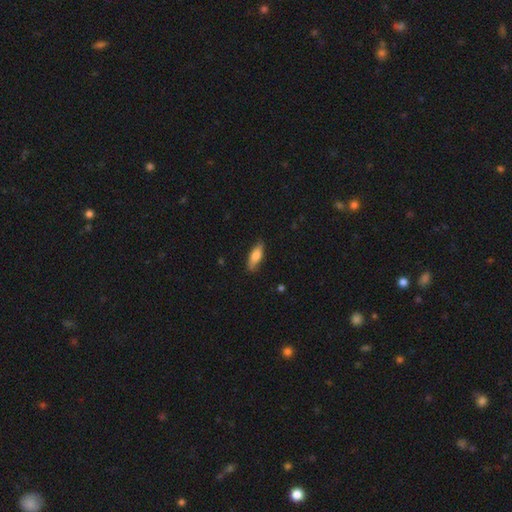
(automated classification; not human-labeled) A smooth galaxy with no disk features (73%) that is in between round and cigar-shaped (58%). Merging: none (83%).